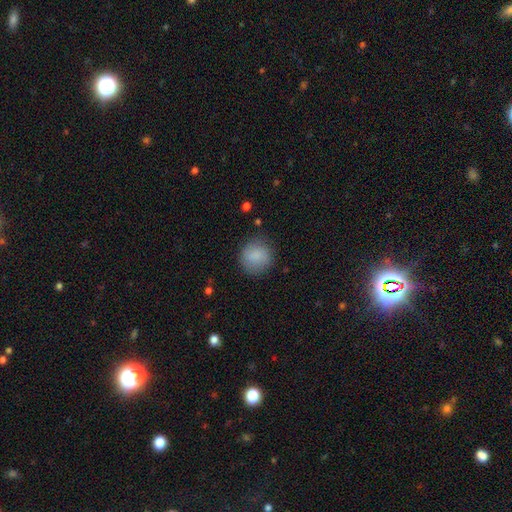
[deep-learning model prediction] A smooth galaxy with no disk features (85%) that is round (88%).

Vote fractions:
- Smooth or featured? smooth: 85% / featured or disk: 8% / star or artifact: 7%
- How rounded? round: 88% / in between: 11% / cigar-shaped: 1%
- Merging? none: 80% / minor disturbance: 14% / major disturbance: 4% / merger: 1%